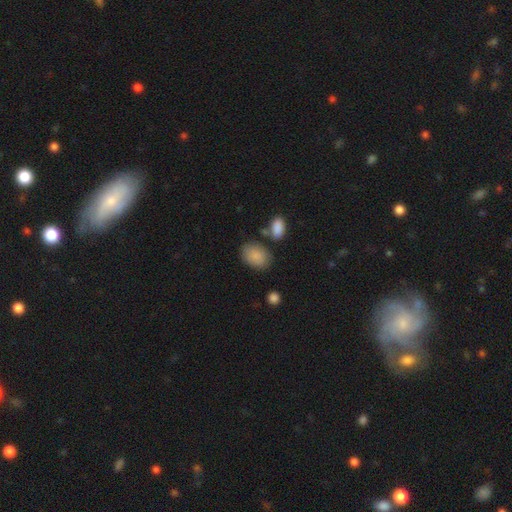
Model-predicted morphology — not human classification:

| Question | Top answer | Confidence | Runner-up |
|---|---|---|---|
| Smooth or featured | smooth | 87% | star or artifact (7%) |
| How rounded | in between | 82% | round (17%) |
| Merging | none | 71% | minor disturbance (17%) |